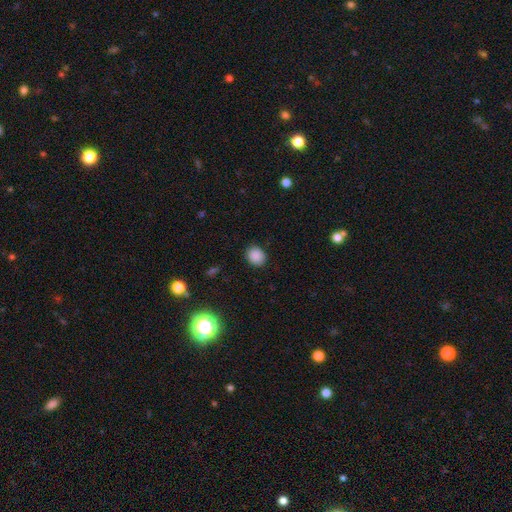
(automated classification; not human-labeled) Smooth or featured? smooth (87%)
How rounded? round (68%)
Merging? none (88%)